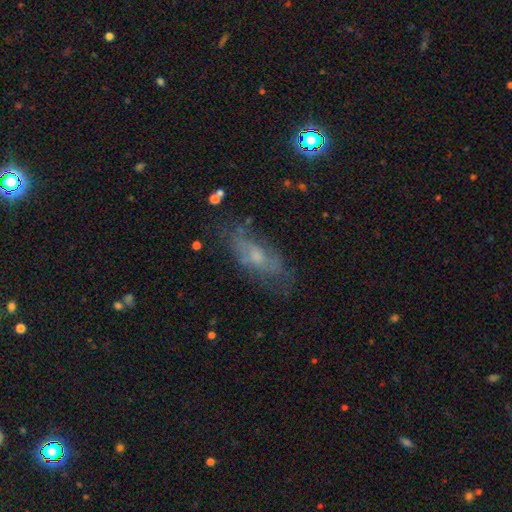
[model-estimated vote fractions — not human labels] Smooth or featured? Predicted: featured or disk (p=0.45). Merging? Predicted: none (p=0.60).